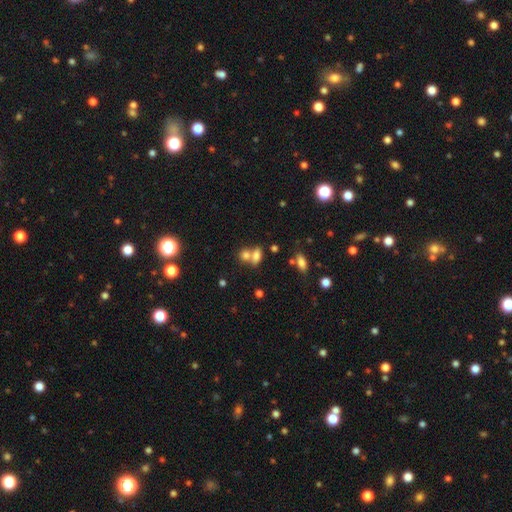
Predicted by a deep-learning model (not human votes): smooth 75%, star or artifact 13%, featured or disk 12%. Down the decision tree: how rounded — in between (73%); merging — merger (52%).